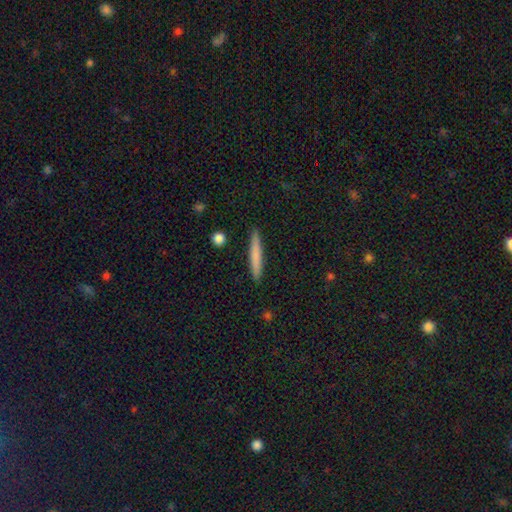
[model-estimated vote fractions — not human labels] smooth_or_featured: smooth (p=0.73) [alt: featured or disk p=0.21]
how_rounded: cigar-shaped (p=0.95) [alt: in between p=0.04]
merging: none (p=0.91) [alt: minor disturbance p=0.07]